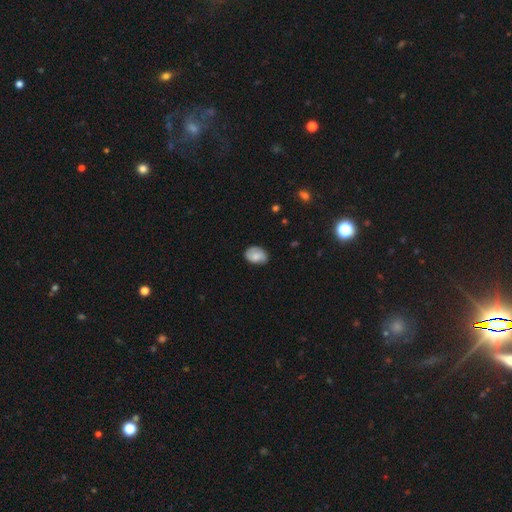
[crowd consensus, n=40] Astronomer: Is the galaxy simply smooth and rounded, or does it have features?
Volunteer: smooth — 75%.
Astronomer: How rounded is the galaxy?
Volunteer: in between — 80%.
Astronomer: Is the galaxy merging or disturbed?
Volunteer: none — 77%.